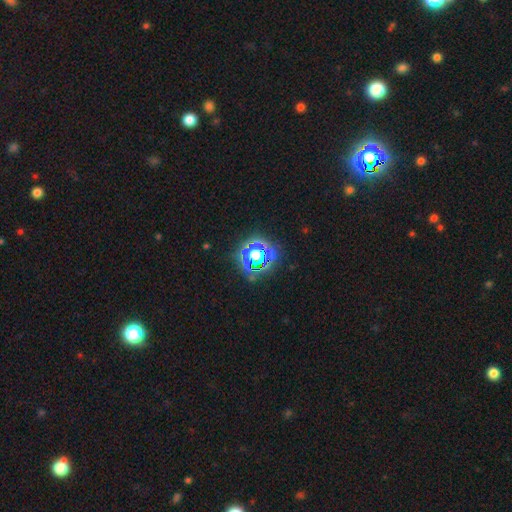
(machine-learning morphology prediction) smooth_or_featured: star or artifact (p=0.73) [alt: smooth p=0.19]